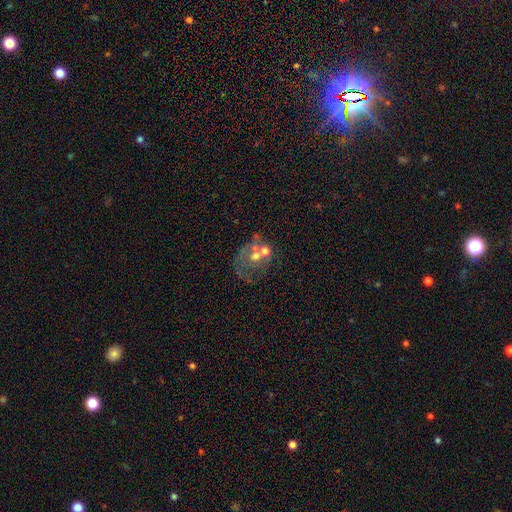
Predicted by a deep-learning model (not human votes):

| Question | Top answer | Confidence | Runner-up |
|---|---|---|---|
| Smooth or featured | featured or disk | 55% | smooth (33%) |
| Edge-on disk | no | 97% | yes (3%) |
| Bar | no | 88% | weak (9%) |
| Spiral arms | no | 81% | yes (19%) |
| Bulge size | moderate | 58% | small (18%) |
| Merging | merger | 37% | none (31%) |